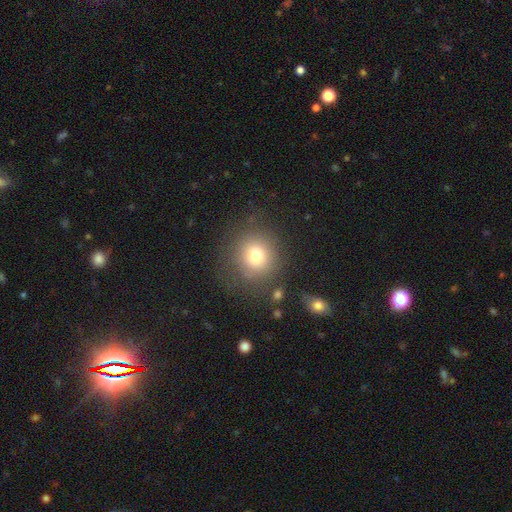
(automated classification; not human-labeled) Overall: smooth (76%). How rounded: round (89%). Merging: none (78%).